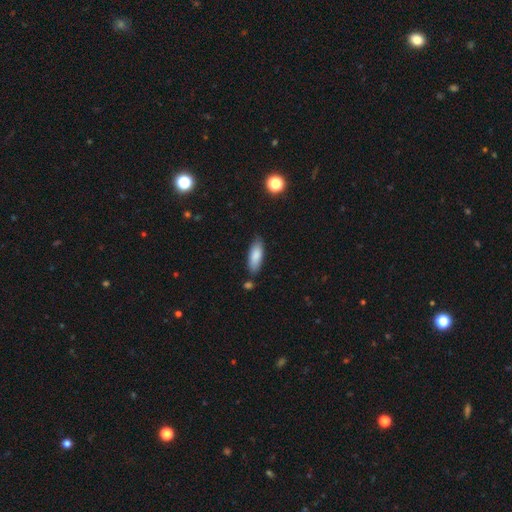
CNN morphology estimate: A smooth galaxy with no disk features (84%) that is in between round and cigar-shaped (64%). Merging: none (78%).